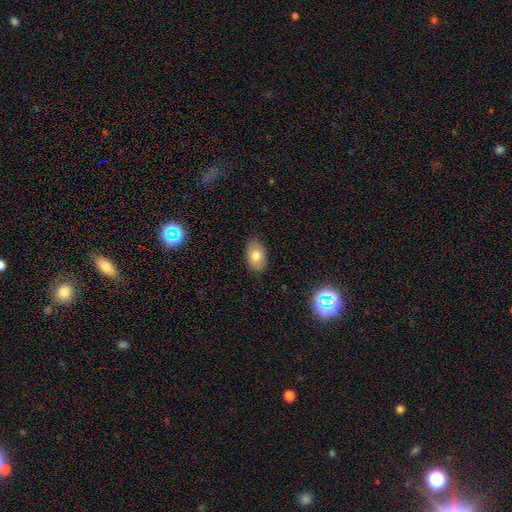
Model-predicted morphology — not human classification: A smooth galaxy with no disk features (76%) that is in between round and cigar-shaped (90%). Merging: none (86%).